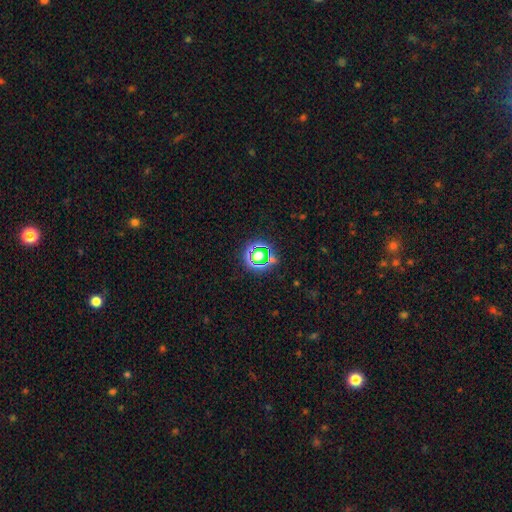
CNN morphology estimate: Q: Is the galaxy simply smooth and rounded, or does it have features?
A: star or artifact — 51%.